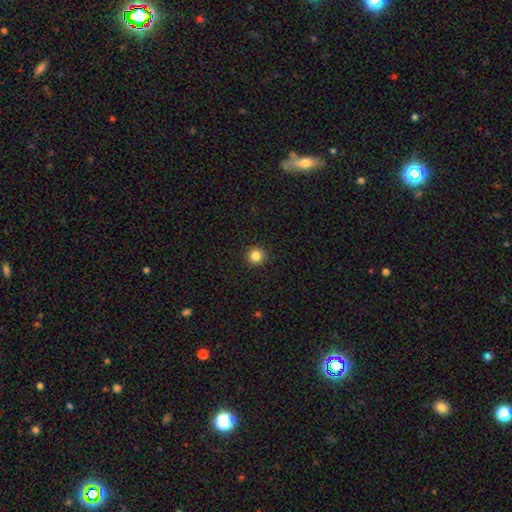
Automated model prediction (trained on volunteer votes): smooth-or-featured: smooth: 85% | star or artifact: 11% | featured or disk: 4%
  how-rounded: round: 95% | in between: 4% | cigar-shaped: 1%
  merging: none: 93% | minor disturbance: 4% | major disturbance: 2% | merger: 1%